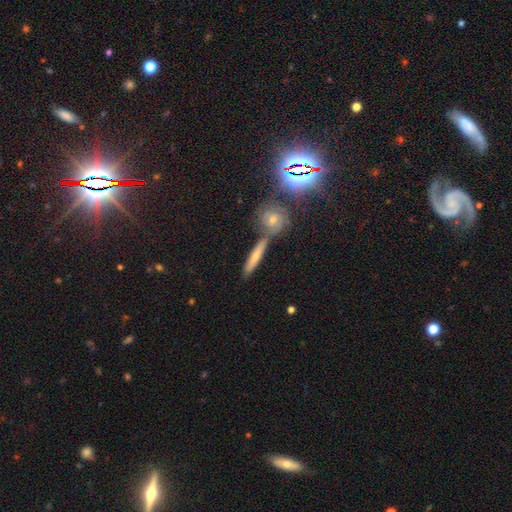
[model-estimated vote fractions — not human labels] Smooth or featured: smooth — 54% (featured or disk — 35%)
How rounded: cigar-shaped — 80% (in between — 15%)
Merging: none — 66% (merger — 20%)